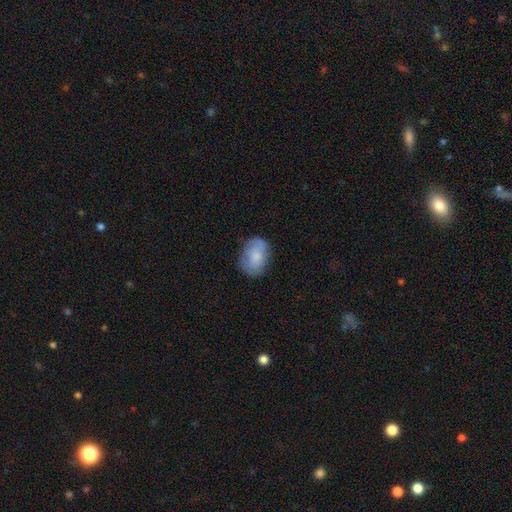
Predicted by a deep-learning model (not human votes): This is likely a smooth galaxy (72%). How rounded: likely in between (73%). Merging: likely none (65%).